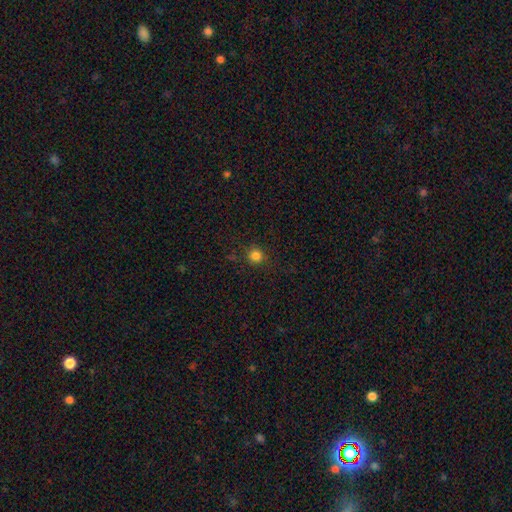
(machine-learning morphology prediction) This appears to be a smooth galaxy with no disk features (82%) that is round (93%). Merging: none (87%).